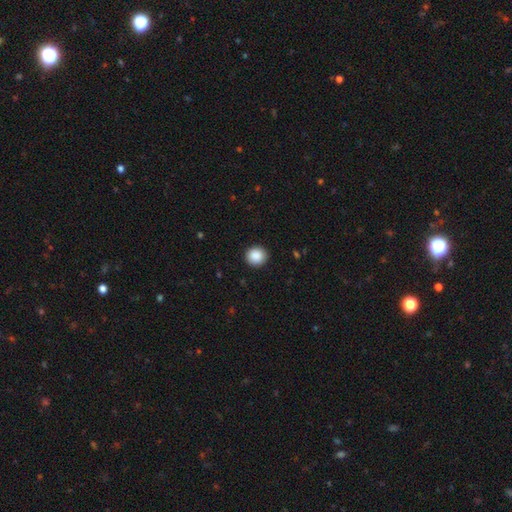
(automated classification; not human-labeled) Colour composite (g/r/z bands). It shows a smooth galaxy with no disk features (89%) that is round (91%). Merging: none (92%).